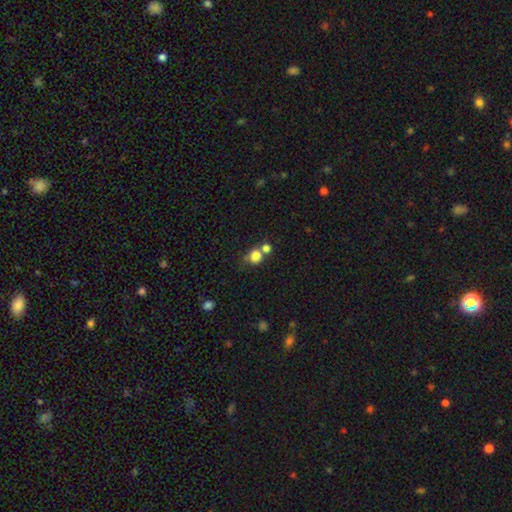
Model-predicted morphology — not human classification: A smooth galaxy with no disk features (81%) that is round (77%).

Vote fractions:
- Smooth or featured? smooth: 81% / star or artifact: 11% / featured or disk: 7%
- How rounded? round: 77% / in between: 22% / cigar-shaped: 1%
- Merging? none: 46% / merger: 39% / minor disturbance: 10% / major disturbance: 5%